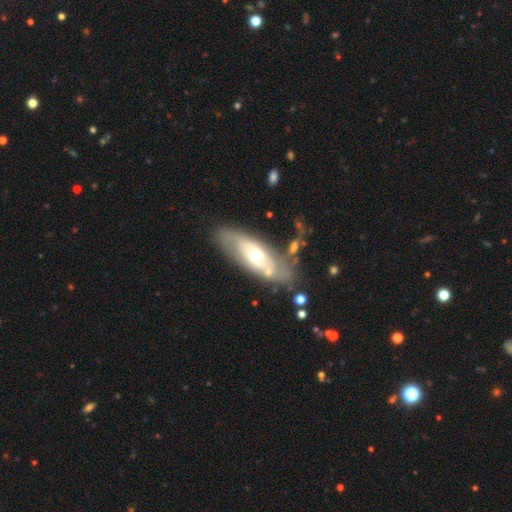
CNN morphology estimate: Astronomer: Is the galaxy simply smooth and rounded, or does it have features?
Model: featured or disk — 58% (runner-up: smooth, 37%).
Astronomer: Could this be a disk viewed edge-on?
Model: no — 81%.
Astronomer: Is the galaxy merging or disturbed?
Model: none — 63%.